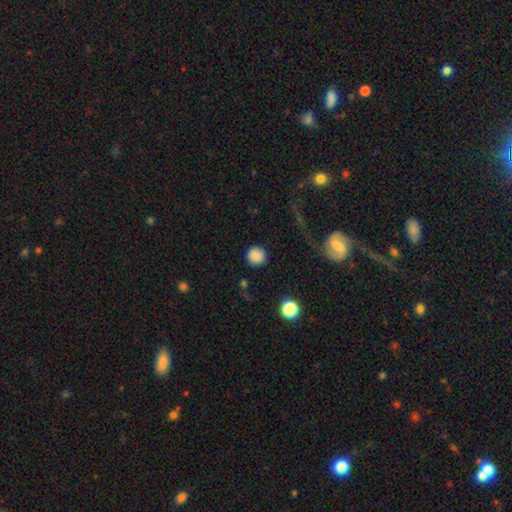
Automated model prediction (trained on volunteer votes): Smooth or featured? smooth (86%)
How rounded? round (93%)
Merging? none (88%)